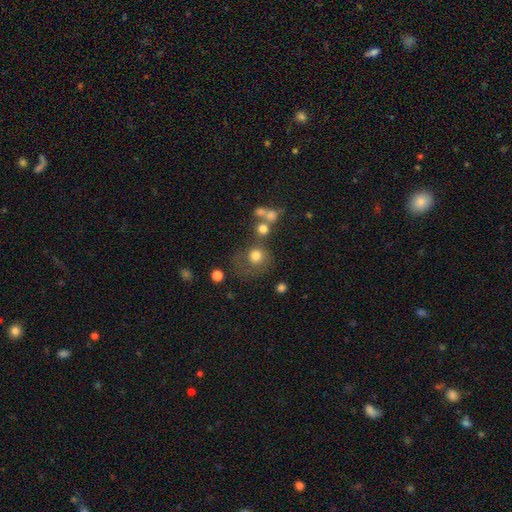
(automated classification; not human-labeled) Smooth or featured?
  - smooth: 73% *
  - featured or disk: 14%
  - star or artifact: 14%
How rounded?
  - round: 84% *
  - in between: 15%
  - cigar-shaped: 1%
Merging?
  - none: 49% *
  - merger: 19%
  - major disturbance: 16%
  - minor disturbance: 16%